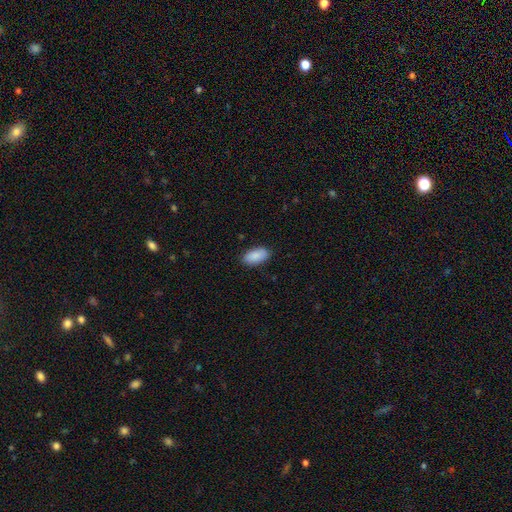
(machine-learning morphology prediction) smooth-or-featured: smooth: 89% | star or artifact: 6% | featured or disk: 5%
  how-rounded: in between: 94% | cigar-shaped: 4% | round: 2%
  merging: none: 87% | minor disturbance: 10% | major disturbance: 2% | merger: 1%